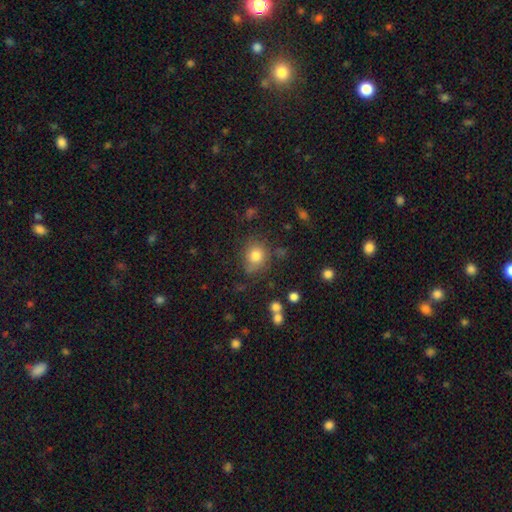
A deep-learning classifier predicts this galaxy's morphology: type=smooth (79%); roundness=round (68%); merging=none (69%).